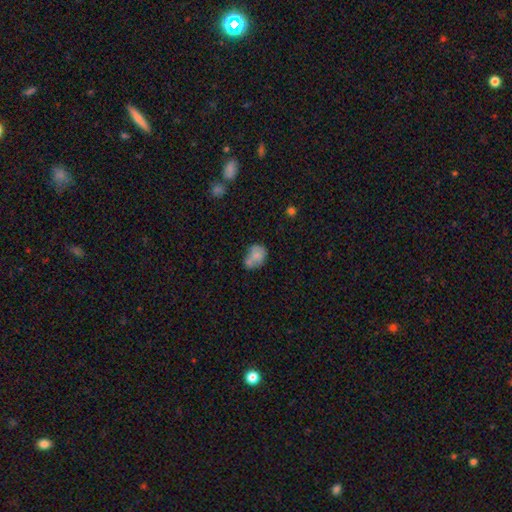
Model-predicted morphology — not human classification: Smooth or featured?
  - smooth: 71% *
  - featured or disk: 20%
  - star or artifact: 10%
How rounded?
  - in between: 54% *
  - round: 45%
  - cigar-shaped: 1%
Merging?
  - merger: 35% * (tied)
  - none: 35% * (tied)
  - minor disturbance: 21%
  - major disturbance: 9%